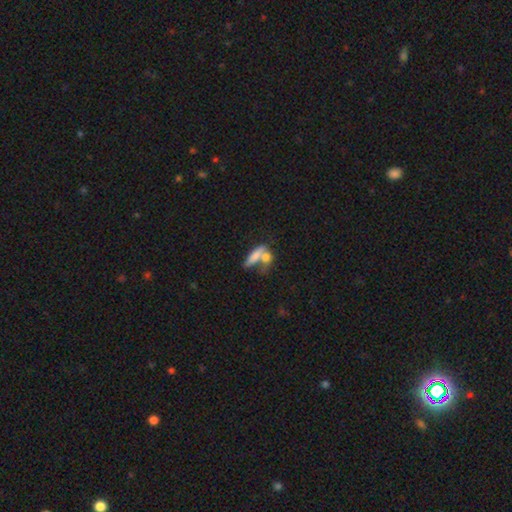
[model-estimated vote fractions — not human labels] Morphology: type=smooth (69%); roundness=in between (47%); merging=merger (51%).